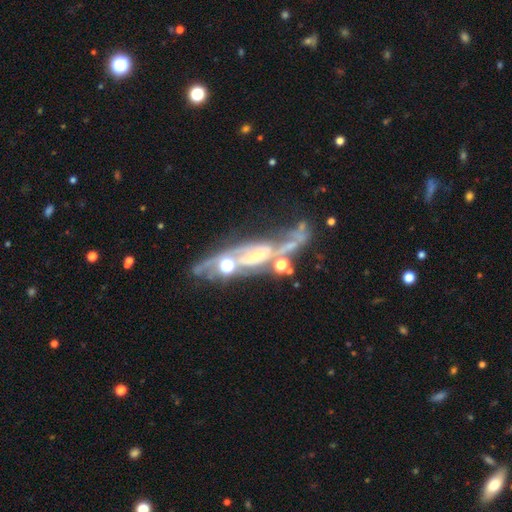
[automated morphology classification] The model was most divided on "spiral winding": medium: 43%, tight: 33%, loose: 24%. Remaining: spiral arms — yes (83%); edge-on disk — no (78%); smooth or featured — featured or disk (78%); spiral arm count — 2 (65%); bulge size — small (60%); bar — no (50%); merging — none (43%).